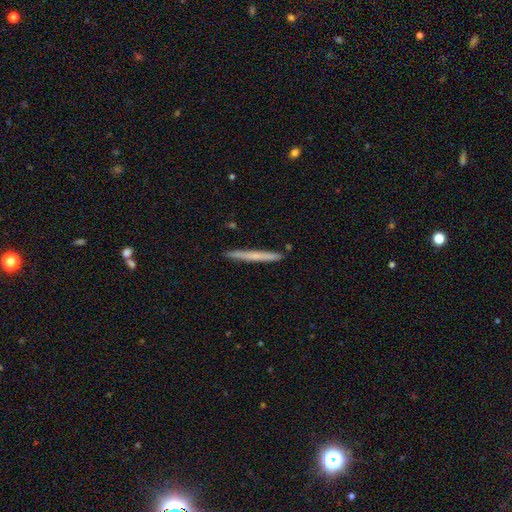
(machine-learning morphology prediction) smooth_or_featured: smooth (p=0.56) [alt: featured or disk p=0.38]
how_rounded: cigar-shaped (p=0.97) [alt: in between p=0.02]
merging: none (p=0.91) [alt: minor disturbance p=0.06]